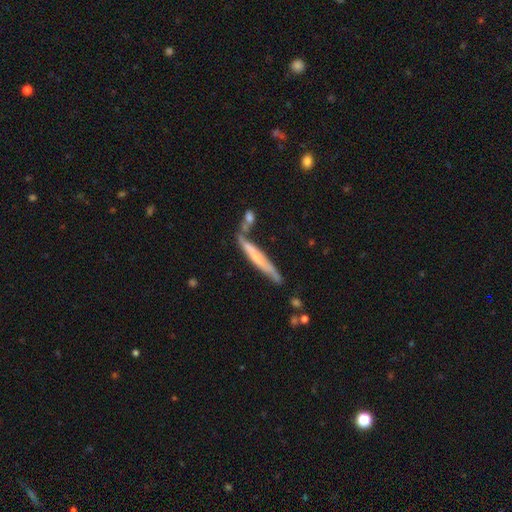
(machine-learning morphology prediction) The model was most divided on "smooth or featured": featured or disk: 52%, smooth: 42%, star or artifact: 7%. More confident: edge-on disk — yes (86%); merging — none (54%).